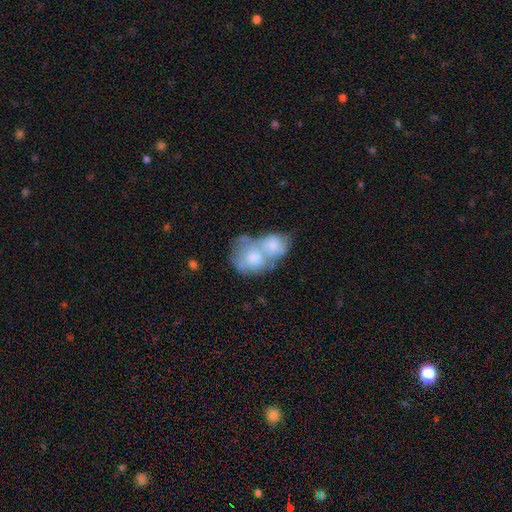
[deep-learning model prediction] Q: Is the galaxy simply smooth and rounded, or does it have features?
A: smooth — 55%.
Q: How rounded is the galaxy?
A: in between — 51%.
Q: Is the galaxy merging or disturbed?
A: merger — 75%.